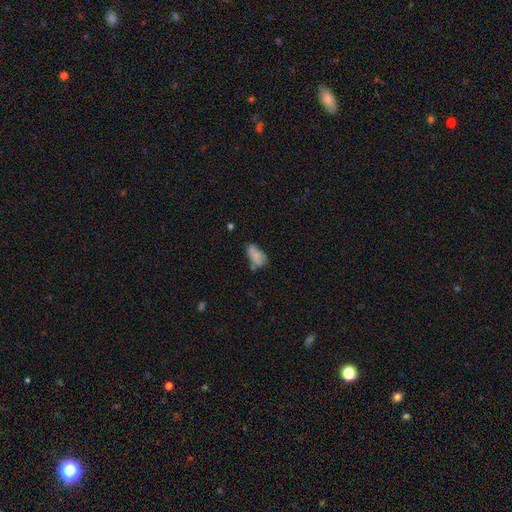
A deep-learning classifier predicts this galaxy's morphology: A smooth galaxy with no disk features (73%) that is in between round and cigar-shaped (90%). Merging: none (42%).